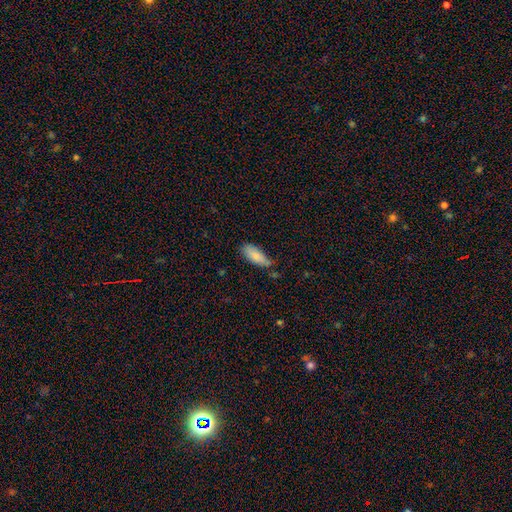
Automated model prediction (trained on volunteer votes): Overall: smooth (85%). How rounded: in between (78%). Merging: none (56%; minor disturbance 33%).